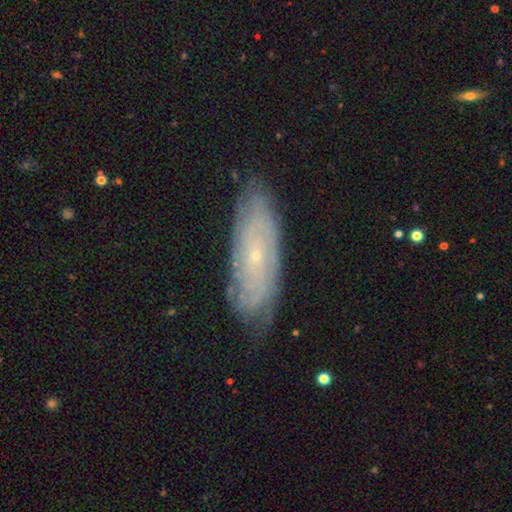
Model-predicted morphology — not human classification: This is likely a featured or disk galaxy (76%). It is clearly not viewed edge-on (85%). Bar: likely no (76%). Spiral arm pattern: clearly yes (90%). Spiral arm count: possibly can't tell (55%). Spiral winding: likely tight (77%). Central bulge: clearly small (85%). Merging: likely none (79%).